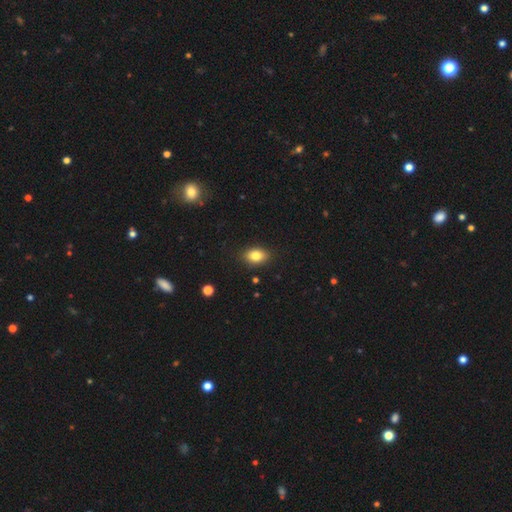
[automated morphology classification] Smooth or featured? smooth (82%)
How rounded? in between (82%)
Merging? none (87%)